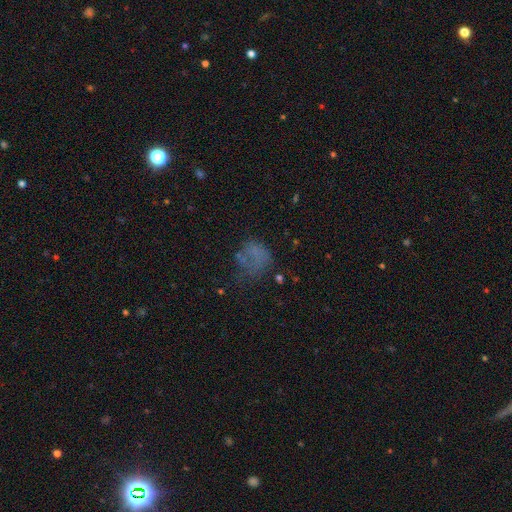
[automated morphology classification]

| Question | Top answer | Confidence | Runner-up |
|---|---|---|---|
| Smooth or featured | smooth | 51% | featured or disk (28%) |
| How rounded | round | 56% | in between (42%) |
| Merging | none | 40% | major disturbance (31%) |